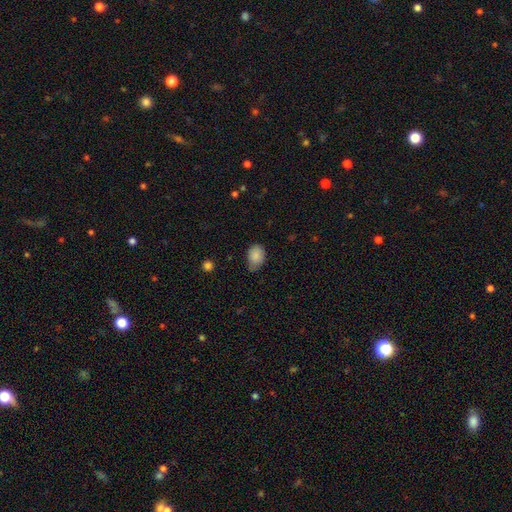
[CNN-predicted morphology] Smooth or featured? Predicted: smooth (p=0.87). How rounded? Predicted: in between (p=0.76). Merging? Predicted: none (p=0.58).